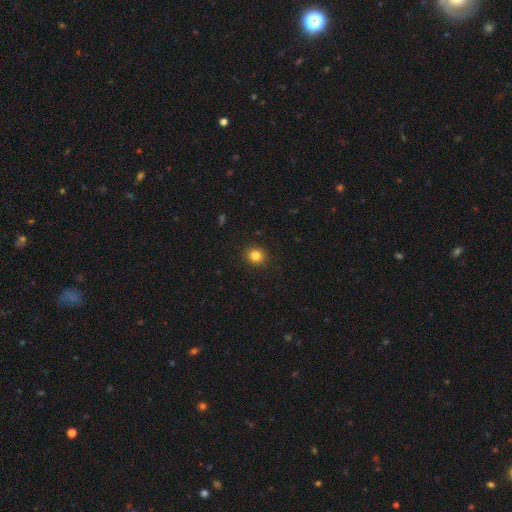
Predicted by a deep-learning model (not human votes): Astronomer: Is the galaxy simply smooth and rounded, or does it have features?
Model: smooth — 83%.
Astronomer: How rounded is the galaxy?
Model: round — 87%.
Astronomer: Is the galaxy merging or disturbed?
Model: none — 91%.